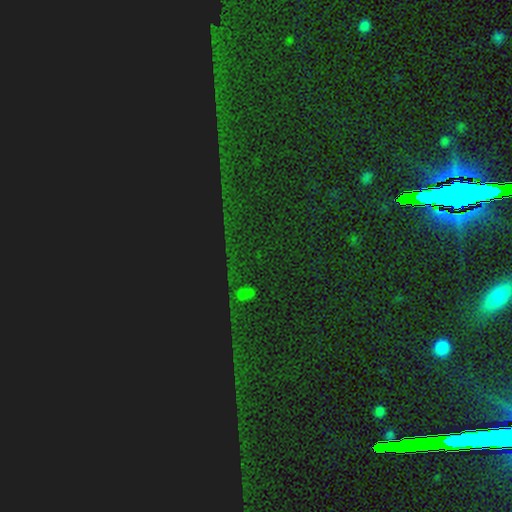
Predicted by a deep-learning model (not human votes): This appears to be a star or artifact, not a galaxy (87%).